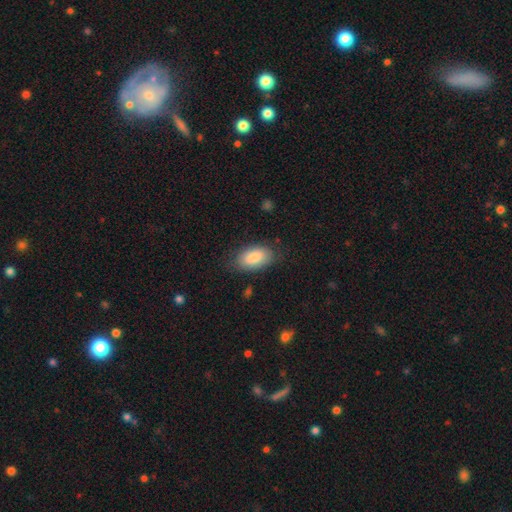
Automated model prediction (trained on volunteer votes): smooth-or-featured: smooth: 84% | featured or disk: 10% | star or artifact: 6%
  how-rounded: in between: 94% | round: 4% | cigar-shaped: 2%
  merging: none: 78% | minor disturbance: 16% | major disturbance: 5% | merger: 1%